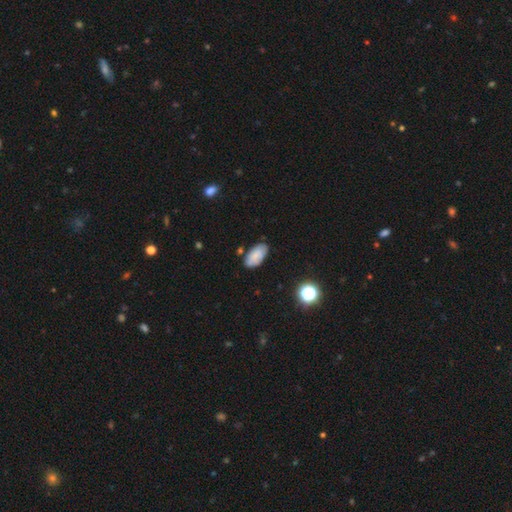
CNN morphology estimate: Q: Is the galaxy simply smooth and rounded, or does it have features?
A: smooth — 74%.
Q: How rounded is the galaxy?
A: in between — 94%.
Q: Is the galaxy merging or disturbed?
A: none — 77%.